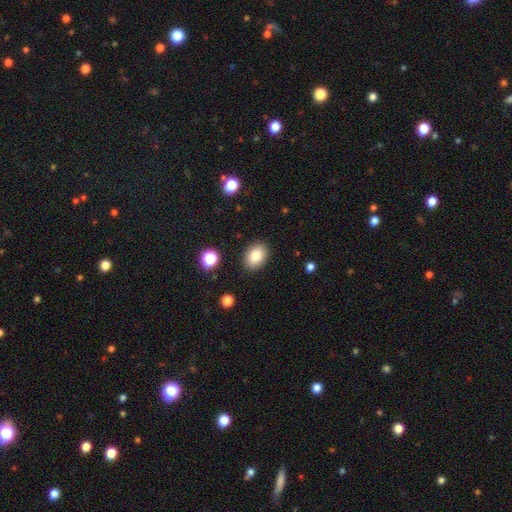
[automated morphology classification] Overall: smooth (83%). How rounded: in between (72%). Merging: none (88%).